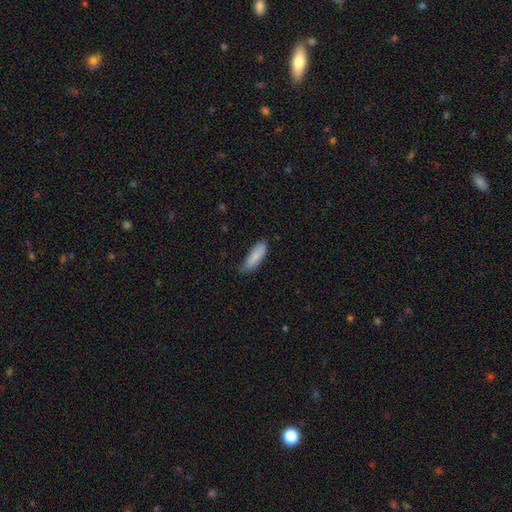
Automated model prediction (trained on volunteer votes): Smooth or featured? Predicted: smooth (p=0.85). How rounded? Predicted: in between (p=0.58). Merging? Predicted: none (p=0.62).